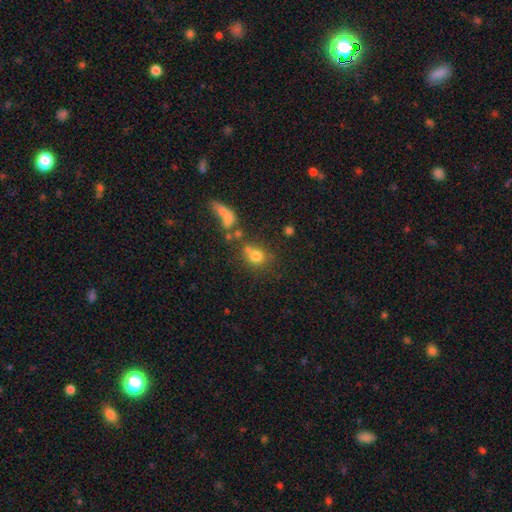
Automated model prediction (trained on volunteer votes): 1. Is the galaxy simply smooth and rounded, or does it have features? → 74% smooth, 14% star or artifact, 12% featured or disk.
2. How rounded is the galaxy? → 75% round, 23% in between, 2% cigar-shaped.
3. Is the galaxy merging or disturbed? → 48% none, 30% merger, 12% minor disturbance, 10% major disturbance.